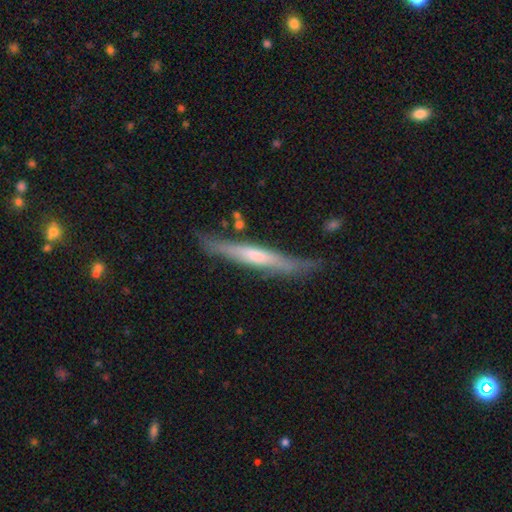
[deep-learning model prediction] Smooth or featured? Predicted: featured or disk (p=0.55). Edge-on disk? Predicted: yes (p=0.90). Merging? Predicted: none (p=0.74).